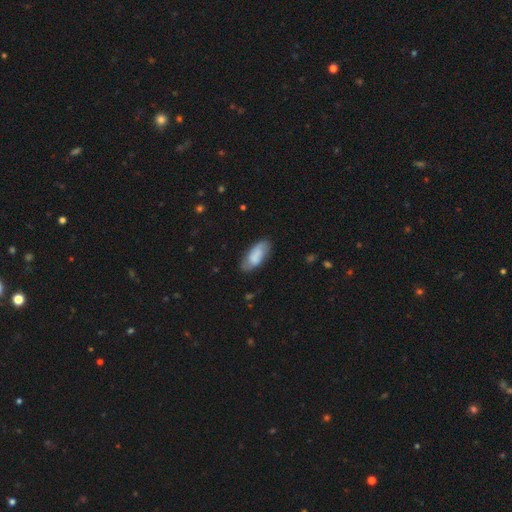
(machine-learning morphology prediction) Overall: smooth (69%). How rounded: in between (85%). Merging: none (76%).